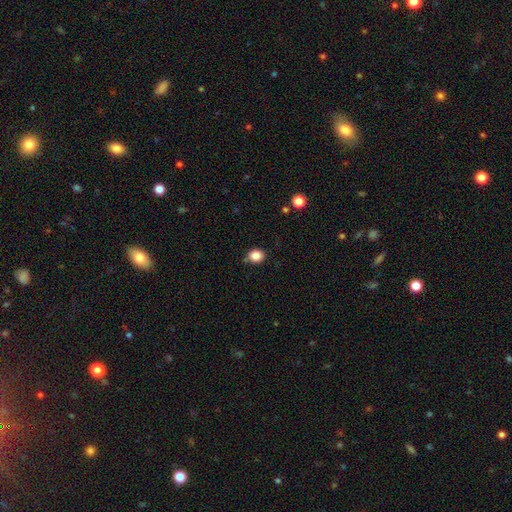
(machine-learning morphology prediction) Smooth or featured: smooth — 86% (star or artifact — 10%)
How rounded: round — 64% (in between — 35%)
Merging: none — 77% (minor disturbance — 16%)